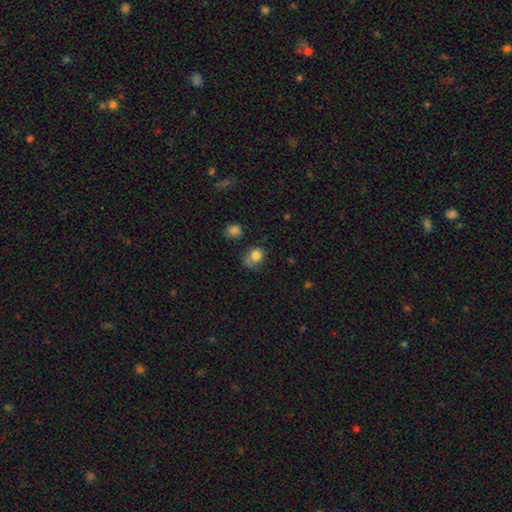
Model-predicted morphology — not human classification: smooth_or_featured: smooth (p=0.80) [alt: star or artifact p=0.11]
how_rounded: round (p=0.65) [alt: in between p=0.34]
merging: none (p=0.47) [alt: minor disturbance p=0.27]